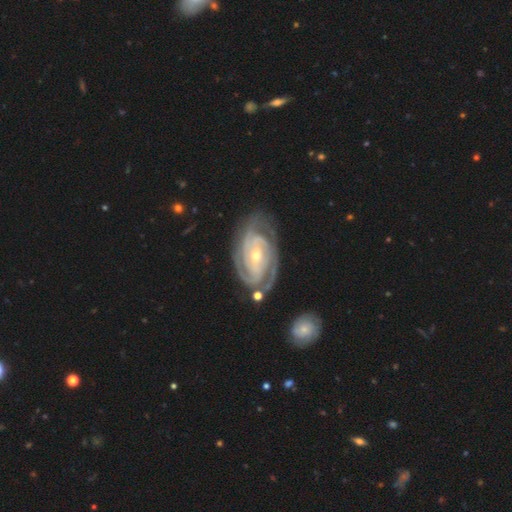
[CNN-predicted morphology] smooth_or_featured: featured or disk (p=0.92) [alt: star or artifact p=0.04]
disk_edge_on: no (p=0.97) [alt: yes p=0.03]
bar: no (p=0.57) [alt: weak p=0.28]
has_spiral_arms: yes (p=0.98) [alt: no p=0.02]
spiral_winding: tight (p=0.75) [alt: medium p=0.22]
spiral_arm_count: 2 (p=0.36) [alt: 3 p=0.34]
bulge_size: small (p=0.54) [alt: moderate p=0.43]
merging: none (p=0.72) [alt: minor disturbance p=0.17]